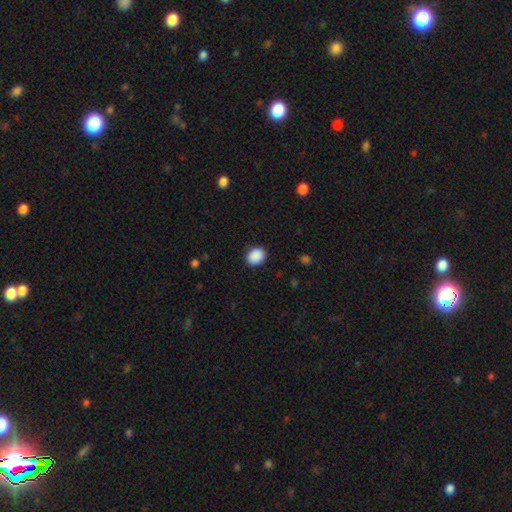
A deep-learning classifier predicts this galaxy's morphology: Smooth or featured?
  - smooth: 90% *
  - star or artifact: 8%
  - featured or disk: 2%
How rounded?
  - round: 55% *
  - in between: 44%
  - cigar-shaped: 1%
Merging?
  - none: 89% *
  - minor disturbance: 8%
  - major disturbance: 2%
  - merger: 1%